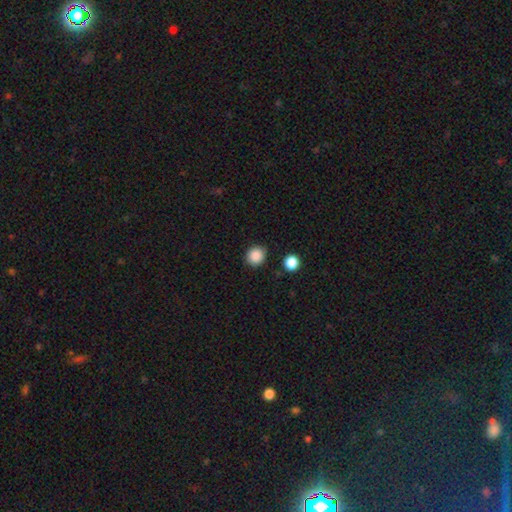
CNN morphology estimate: smooth 88%, star or artifact 10%, featured or disk 3%. Down the decision tree: how rounded — round (88%); merging — none (87%).